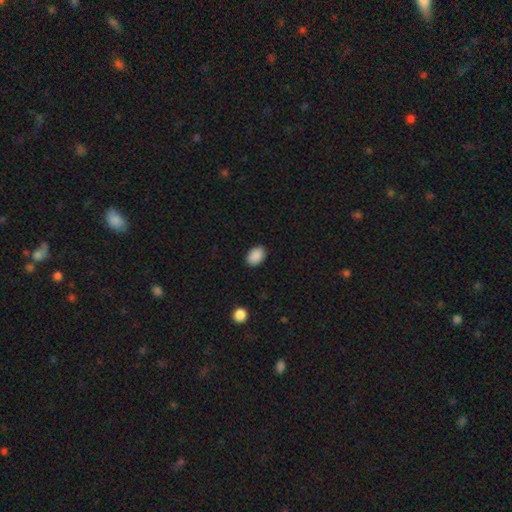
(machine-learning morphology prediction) type=smooth (90%); roundness=in between (83%); merging=none (89%).